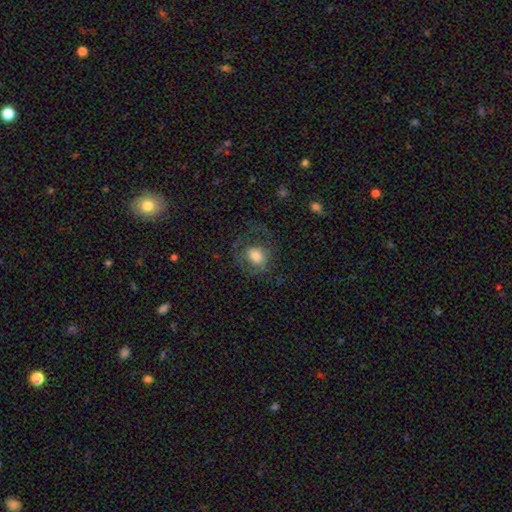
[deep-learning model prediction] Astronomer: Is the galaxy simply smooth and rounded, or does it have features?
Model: smooth — 60%.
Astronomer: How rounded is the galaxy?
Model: round — 56% (runner-up: in between, 43%).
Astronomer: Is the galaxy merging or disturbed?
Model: none — 50% (runner-up: major disturbance, 29%).